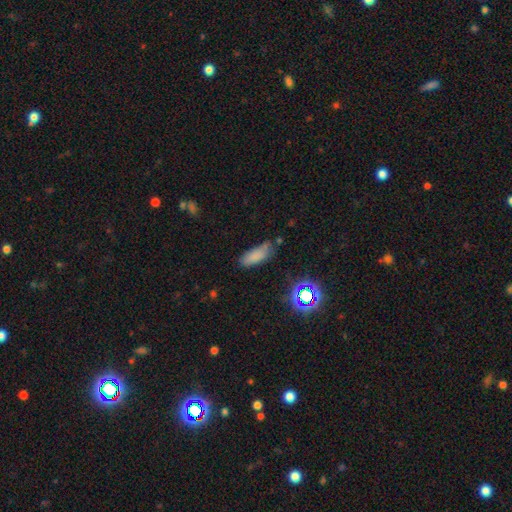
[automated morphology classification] Smooth or featured? smooth (78%)
How rounded? in between (70%)
Merging? none (63%)